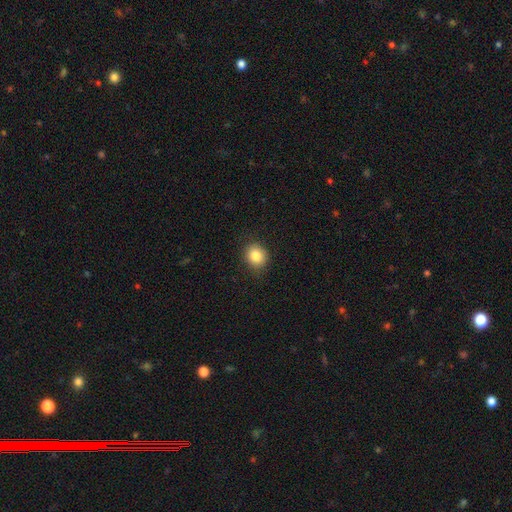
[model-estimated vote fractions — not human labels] Morphology: type=smooth (85%); roundness=round (75%); merging=none (86%).